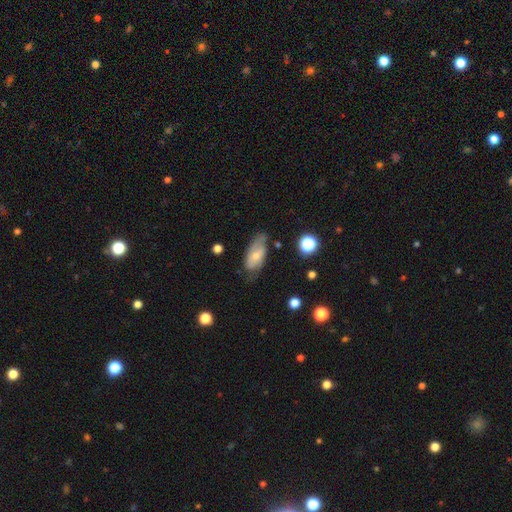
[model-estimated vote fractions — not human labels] This is possibly a smooth galaxy (48%). Merging: possibly none (53%).